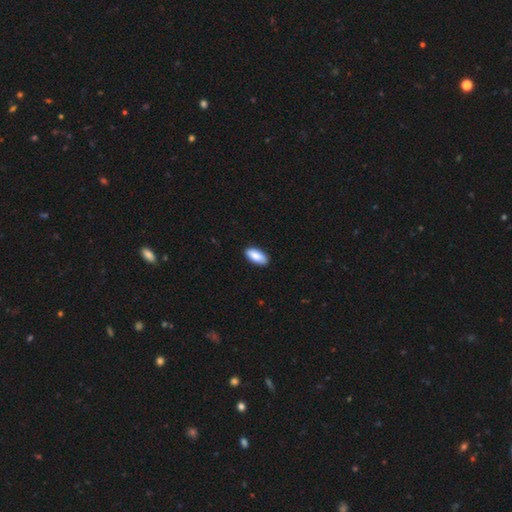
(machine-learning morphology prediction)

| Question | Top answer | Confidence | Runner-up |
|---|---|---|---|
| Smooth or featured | smooth | 88% | featured or disk (6%) |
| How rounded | in between | 89% | cigar-shaped (9%) |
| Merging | none | 89% | minor disturbance (8%) |